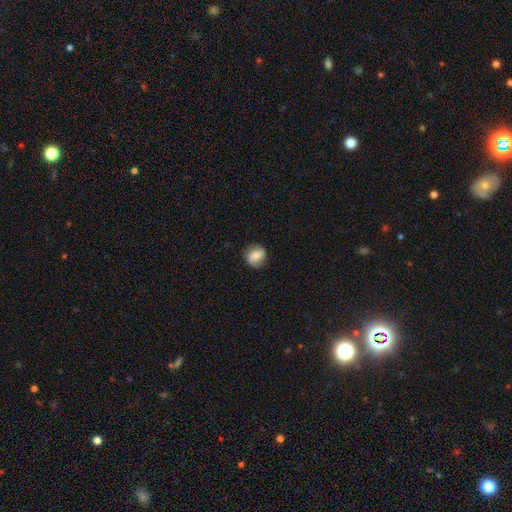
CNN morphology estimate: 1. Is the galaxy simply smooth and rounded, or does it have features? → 71% smooth, 20% featured or disk, 9% star or artifact.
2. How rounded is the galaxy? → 77% round, 22% in between, 1% cigar-shaped.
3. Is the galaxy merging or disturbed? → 82% none, 14% minor disturbance, 4% major disturbance, 1% merger.